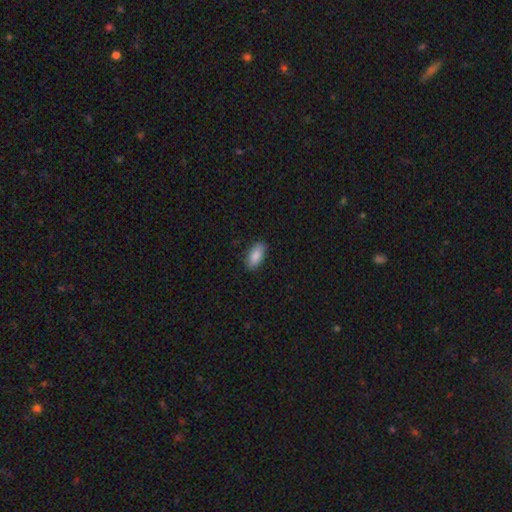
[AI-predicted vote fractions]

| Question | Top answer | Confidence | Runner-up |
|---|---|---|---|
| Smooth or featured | smooth | 88% | star or artifact (6%) |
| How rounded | in between | 90% | cigar-shaped (8%) |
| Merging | none | 87% | minor disturbance (10%) |